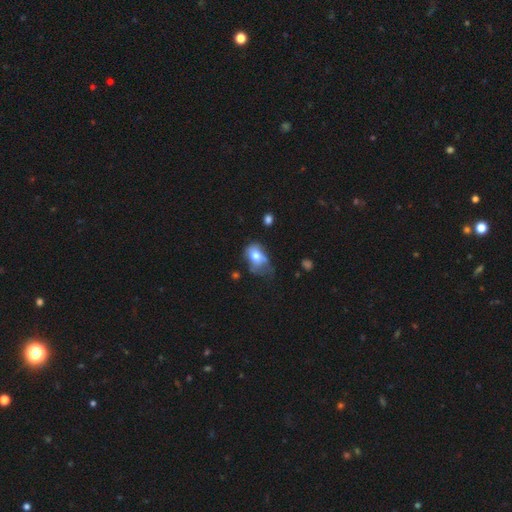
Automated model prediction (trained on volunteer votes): Overall: smooth (67%). How rounded: in between (70%). Merging: major disturbance (35%; minor disturbance 34%).